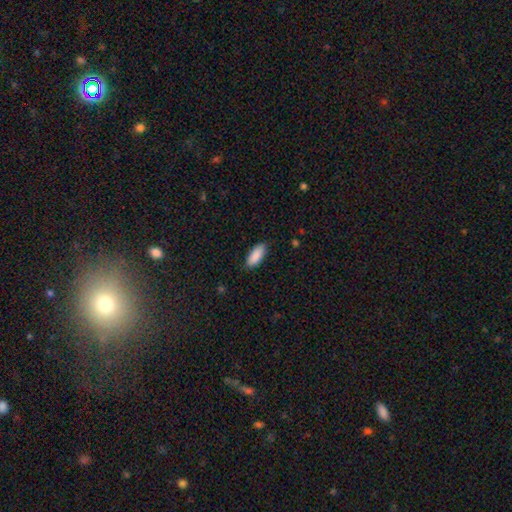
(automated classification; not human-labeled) A smooth galaxy with no disk features (90%) that is in between round and cigar-shaped (82%). Merging: none (86%).